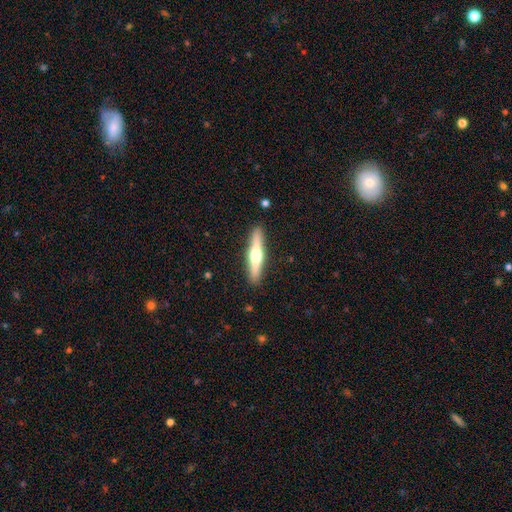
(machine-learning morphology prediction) Q: Smooth or featured?
A: featured or disk (55%); runner-up: smooth (40%)
Q: Edge-on disk?
A: yes (95%); runner-up: no (5%)
Q: Edge-on bulge?
A: rounded (92%); runner-up: none (5%)
Q: Merging?
A: none (90%); runner-up: minor disturbance (7%)